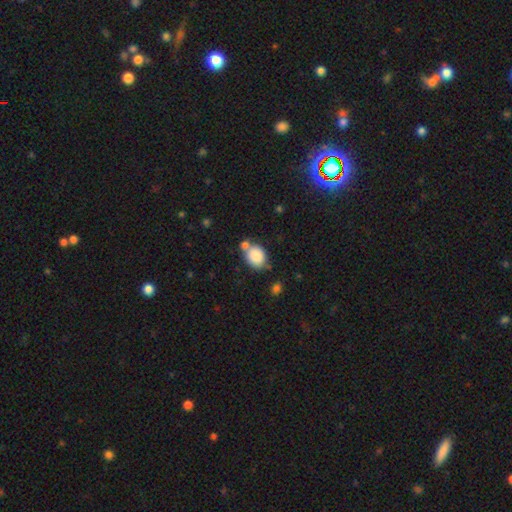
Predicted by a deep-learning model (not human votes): A smooth galaxy with no disk features (86%) that is in between round and cigar-shaped (51%). Merging: none (58%).